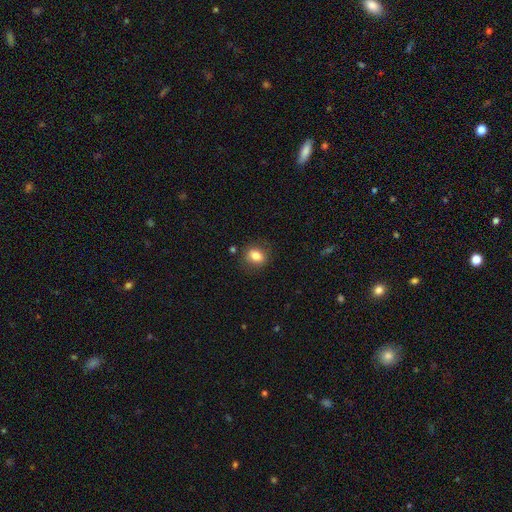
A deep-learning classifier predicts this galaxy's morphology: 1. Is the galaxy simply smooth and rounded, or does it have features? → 81% smooth, 9% star or artifact, 9% featured or disk.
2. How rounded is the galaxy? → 53% in between, 46% round, 1% cigar-shaped.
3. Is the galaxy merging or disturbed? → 81% none, 13% minor disturbance, 4% major disturbance, 2% merger.